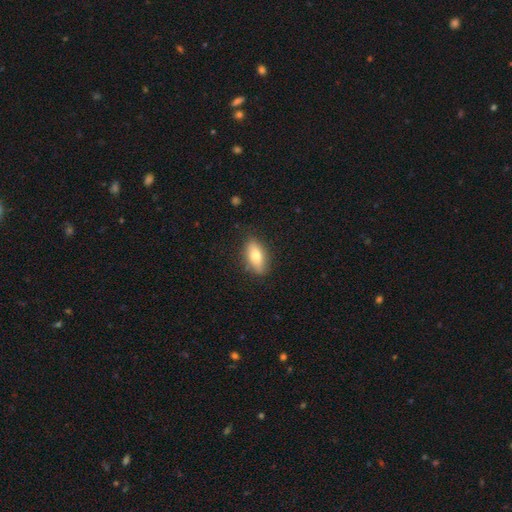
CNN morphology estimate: Overall: smooth (71%). How rounded: in between (81%). Merging: none (83%).